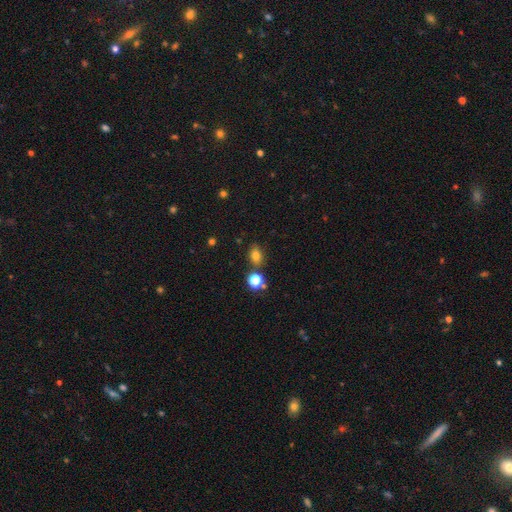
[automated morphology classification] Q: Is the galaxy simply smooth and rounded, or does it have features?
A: smooth — 76%.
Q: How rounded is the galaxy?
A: in between — 61%.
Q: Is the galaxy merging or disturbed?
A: none — 77%.